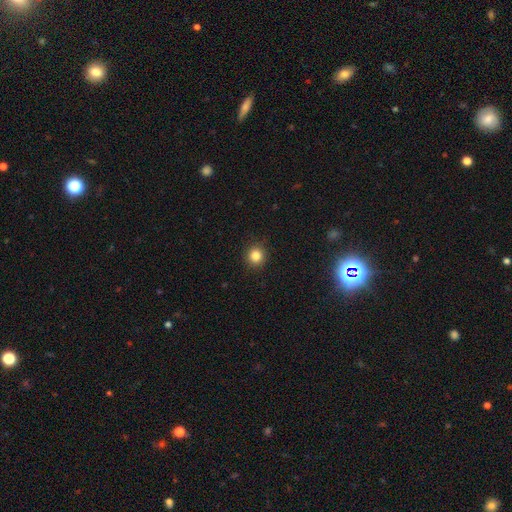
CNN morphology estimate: A smooth galaxy with no disk features (83%) that is round (92%). Merging: none (91%).